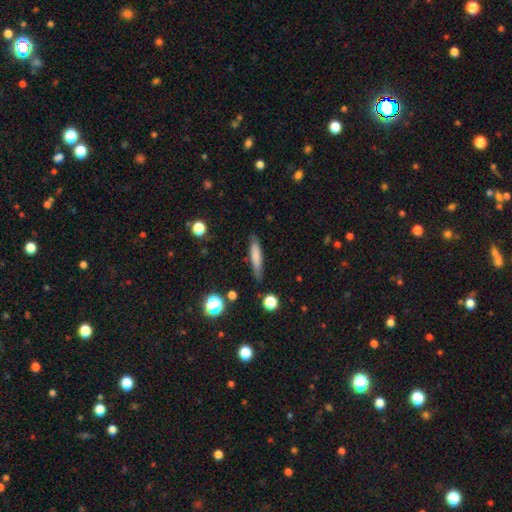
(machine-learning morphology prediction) Q: Smooth or featured?
A: smooth (74%); runner-up: featured or disk (18%)
Q: How rounded?
A: cigar-shaped (85%); runner-up: in between (13%)
Q: Merging?
A: none (81%); runner-up: minor disturbance (14%)